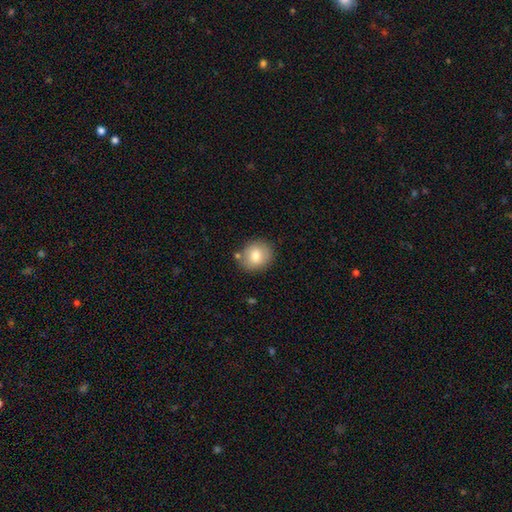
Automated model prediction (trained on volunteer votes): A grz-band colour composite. It shows a smooth galaxy with no disk features (79%) that is round (78%). Merging: none (79%).